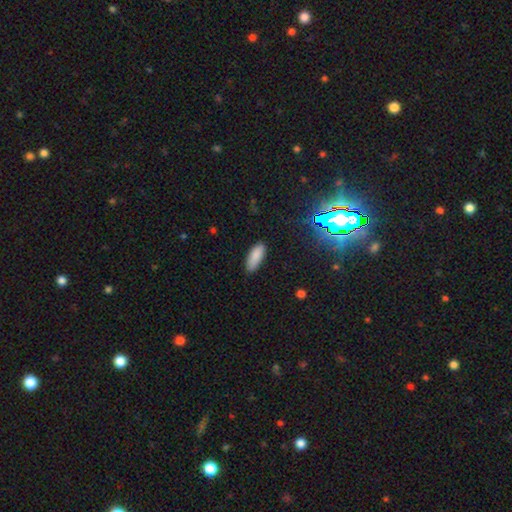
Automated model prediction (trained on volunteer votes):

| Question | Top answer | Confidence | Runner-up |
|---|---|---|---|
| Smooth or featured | smooth | 86% | star or artifact (9%) |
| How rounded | in between | 76% | cigar-shaped (22%) |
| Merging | none | 84% | minor disturbance (12%) |